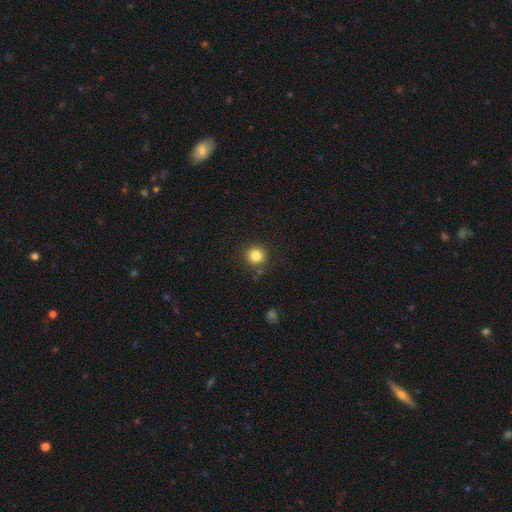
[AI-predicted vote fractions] A smooth galaxy with no disk features (83%) that is round (94%).

Vote fractions:
- Smooth or featured? smooth: 83% / star or artifact: 11% / featured or disk: 5%
- How rounded? round: 94% / in between: 5% / cigar-shaped: 1%
- Merging? none: 87% / minor disturbance: 7% / merger: 3% / major disturbance: 2%